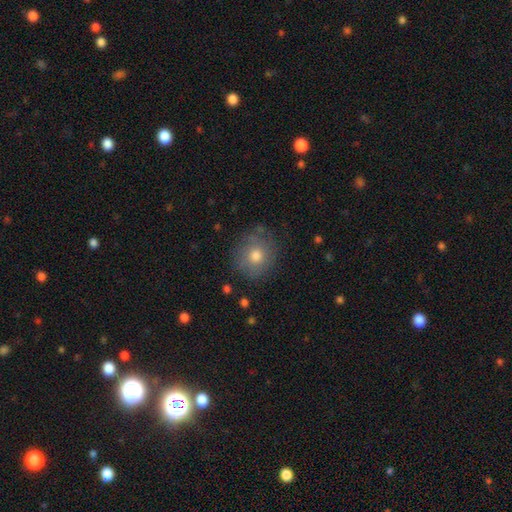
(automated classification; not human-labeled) Smooth or featured: smooth — 70% (featured or disk — 19%)
How rounded: round — 87% (in between — 12%)
Merging: none — 80% (minor disturbance — 14%)